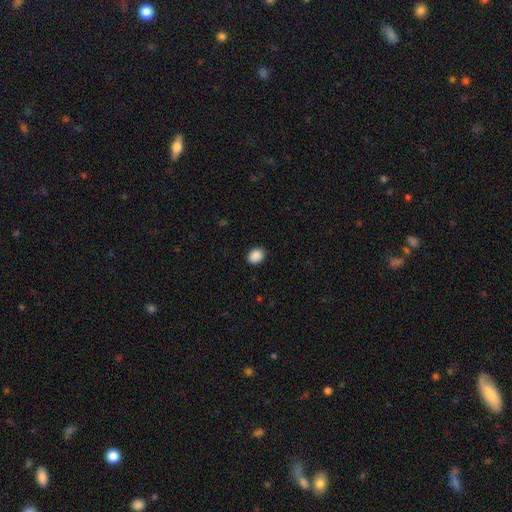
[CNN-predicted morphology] smooth-or-featured: smooth: 89% | star or artifact: 8% | featured or disk: 2%
  how-rounded: round: 50% | in between: 49% | cigar-shaped: 1%
  merging: none: 89% | minor disturbance: 8% | major disturbance: 2% | merger: 1%